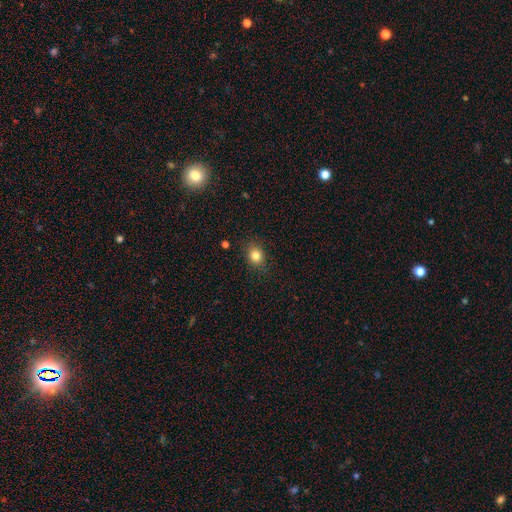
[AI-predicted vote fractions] Morphology: type=smooth (83%); roundness=round (58%); merging=none (86%).